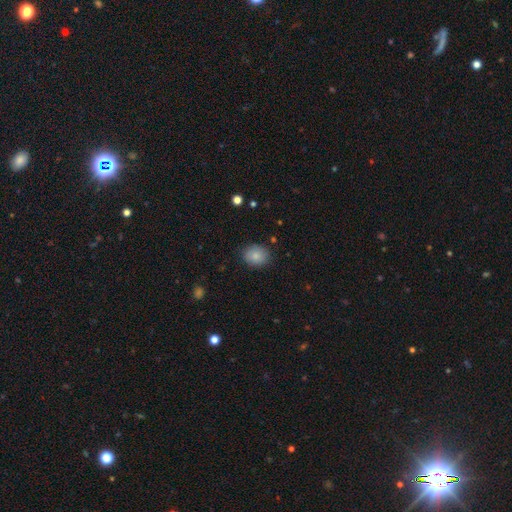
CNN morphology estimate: Smooth or featured? smooth (85%)
How rounded? round (59%)
Merging? none (85%)